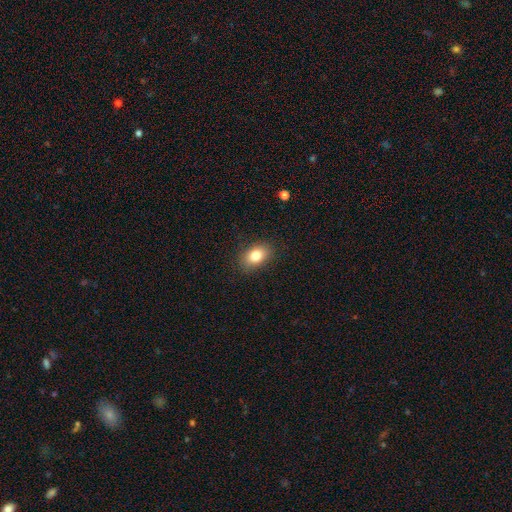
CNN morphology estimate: Q: Smooth or featured?
A: smooth (81%); runner-up: featured or disk (10%)
Q: How rounded?
A: in between (83%); runner-up: round (15%)
Q: Merging?
A: none (87%); runner-up: minor disturbance (10%)